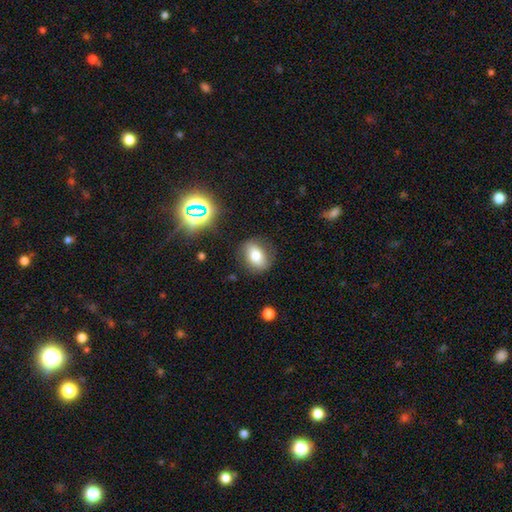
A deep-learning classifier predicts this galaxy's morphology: smooth_or_featured: smooth (p=0.69) [alt: featured or disk p=0.19]
how_rounded: in between (p=0.66) [alt: round p=0.32]
merging: none (p=0.81) [alt: minor disturbance p=0.13]